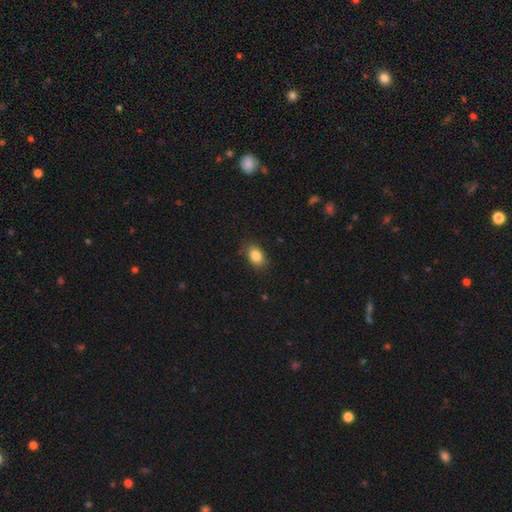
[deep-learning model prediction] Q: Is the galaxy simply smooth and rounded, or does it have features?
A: smooth — 85%.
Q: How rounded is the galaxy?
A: in between — 80%.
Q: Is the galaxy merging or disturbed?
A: none — 83%.